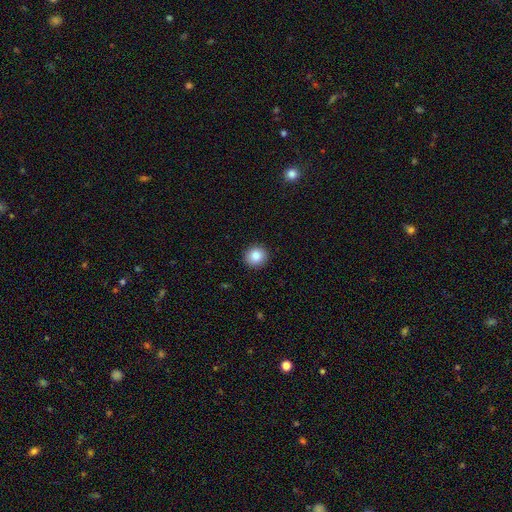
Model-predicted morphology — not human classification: Overall: smooth (85%). How rounded: round (90%). Merging: none (92%).